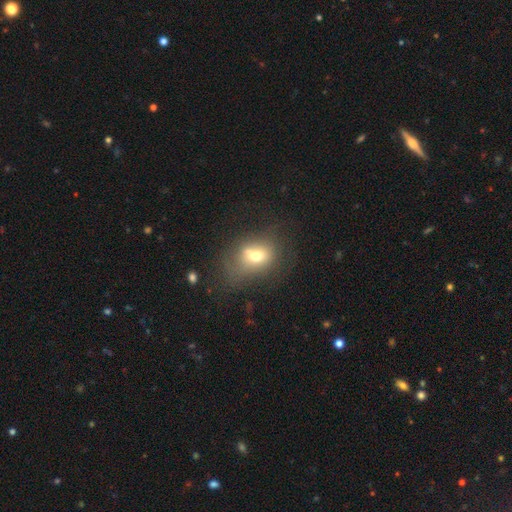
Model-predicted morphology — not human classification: Q: Smooth or featured?
A: smooth (63%); runner-up: featured or disk (23%)
Q: How rounded?
A: in between (52%); runner-up: round (46%)
Q: Merging?
A: none (44%); runner-up: minor disturbance (22%)